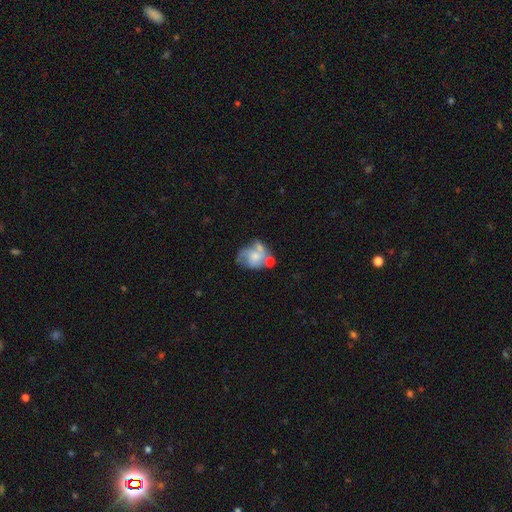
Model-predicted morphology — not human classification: Smooth or featured?
  - featured or disk: 54% *
  - smooth: 38%
  - star or artifact: 8%
Edge-on disk?
  - no: 98% *
  - yes: 2%
Bar?
  - no: 81% *
  - weak: 16%
  - strong: 3%
Spiral arms?
  - yes: 56% *
  - no: 44%
Bulge size?
  - moderate: 38% *
  - small: 36%
  - none: 16%
  - large: 8%
  - dominant: 2%
Merging?
  - none: 32% *
  - merger: 27%
  - minor disturbance: 21%
  - major disturbance: 20%